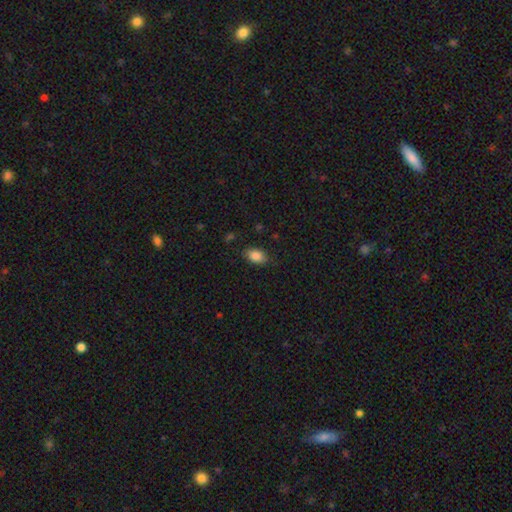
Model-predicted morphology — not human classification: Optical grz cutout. It shows a smooth galaxy with no disk features (86%) that is in between round and cigar-shaped (84%). Merging: none (83%).